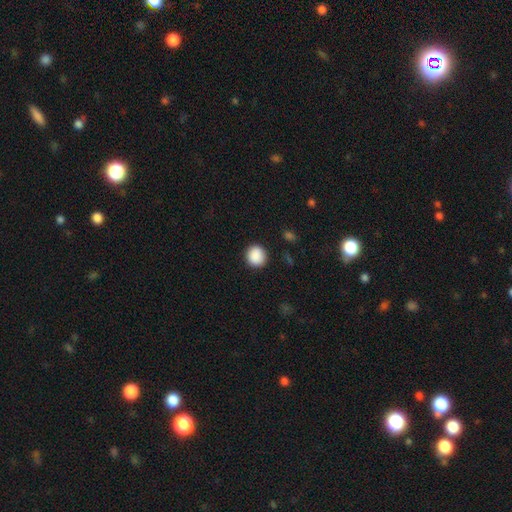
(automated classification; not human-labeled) smooth-or-featured: smooth: 90% | star or artifact: 8% | featured or disk: 2%
  how-rounded: round: 89% | in between: 10% | cigar-shaped: 1%
  merging: none: 91% | minor disturbance: 6% | major disturbance: 2% | merger: 1%